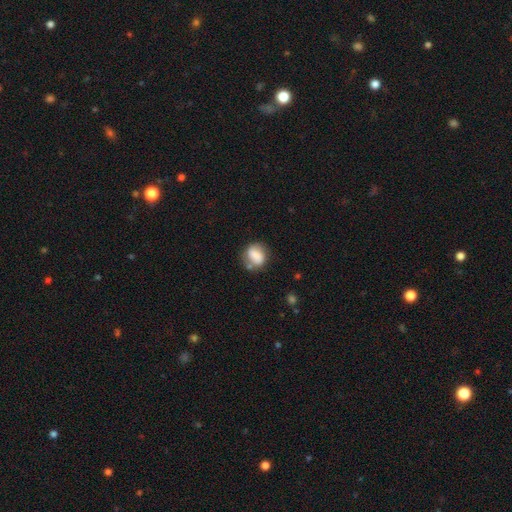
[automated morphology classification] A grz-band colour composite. It shows a smooth galaxy with no disk features (71%) that is round (50%). Merging: none (59%).